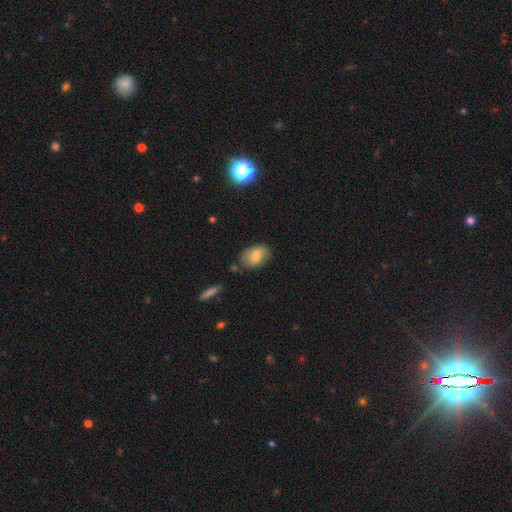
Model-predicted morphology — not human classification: Smooth or featured? smooth (74%)
How rounded? in between (78%)
Merging? none (72%)